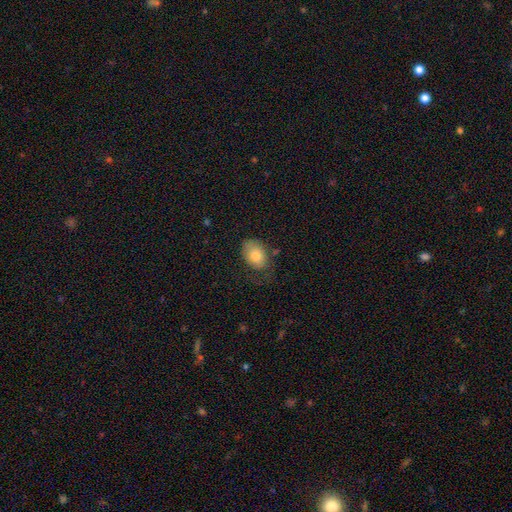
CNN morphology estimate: Smooth or featured? smooth (76%)
How rounded? in between (79%)
Merging? none (52%)